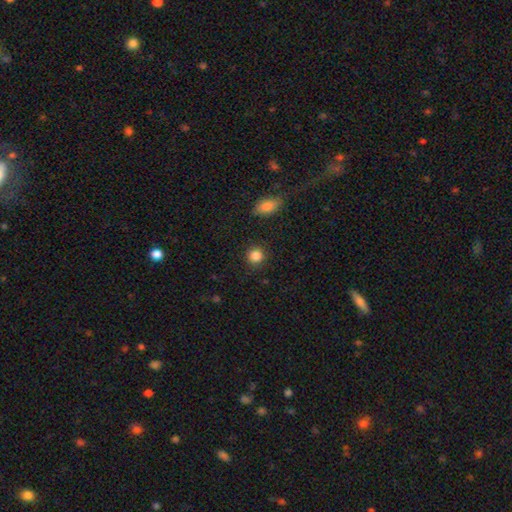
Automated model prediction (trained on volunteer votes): Morphology: type=smooth (85%); roundness=round (90%); merging=none (88%).